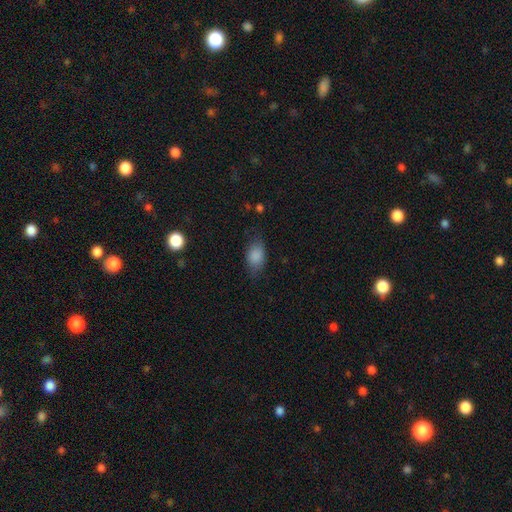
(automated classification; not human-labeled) This appears to be a smooth galaxy with no disk features (86%) that is in between round and cigar-shaped (85%). Merging: none (72%).